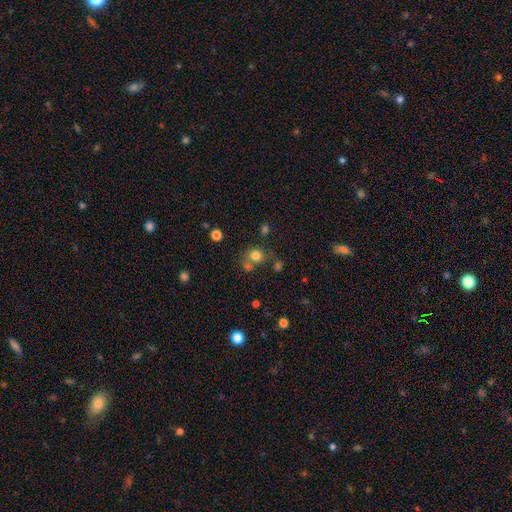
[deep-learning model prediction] A smooth galaxy with no disk features (76%) that is round (82%). Merging: none (58%).